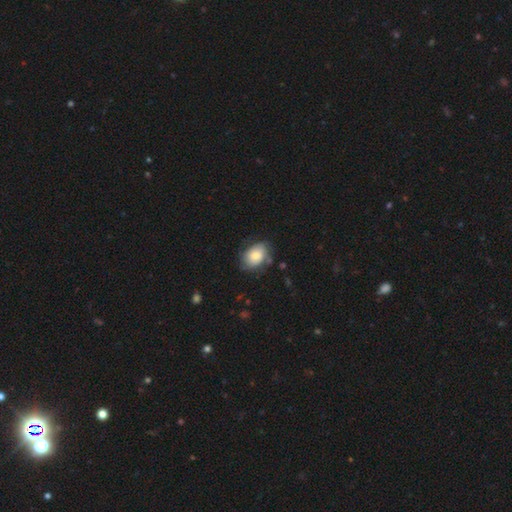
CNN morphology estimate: The model was most divided on "merging": none: 63%, minor disturbance: 26%, major disturbance: 9%, merger: 2%. More confident: how rounded — in between (73%); smooth or featured — smooth (65%).